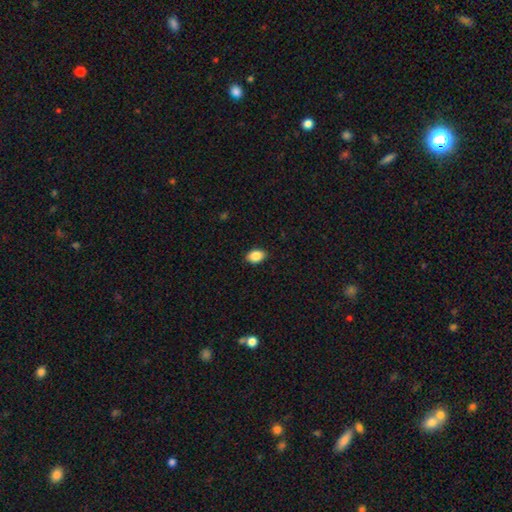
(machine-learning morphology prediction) smooth 87%, star or artifact 8%, featured or disk 5%. Down the decision tree: how rounded — in between (84%); merging — none (90%).